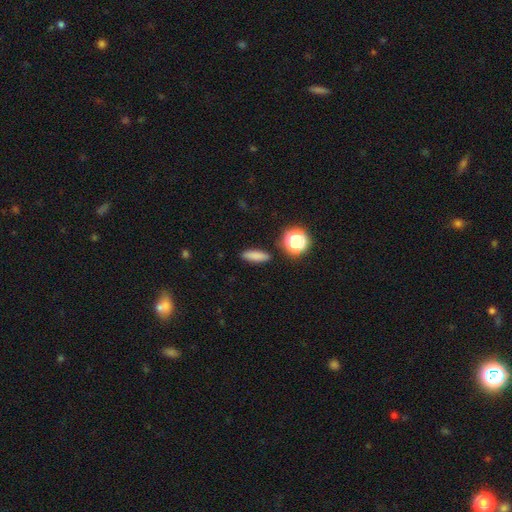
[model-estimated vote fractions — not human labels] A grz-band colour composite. It shows a smooth galaxy with no disk features (80%) that is cigar-shaped (56%). Merging: none (88%).